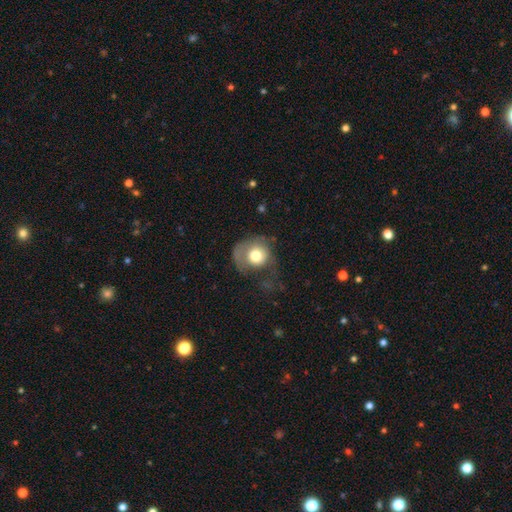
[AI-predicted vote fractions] A smooth galaxy with no disk features (68%) that is round (77%). Merging: major disturbance (40%).